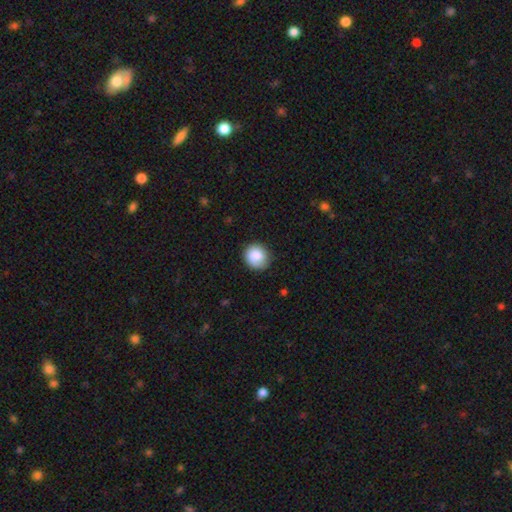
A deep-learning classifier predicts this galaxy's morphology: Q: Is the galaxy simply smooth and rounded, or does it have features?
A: smooth — 85%.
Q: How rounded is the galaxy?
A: round — 86%.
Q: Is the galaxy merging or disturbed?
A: none — 81%.